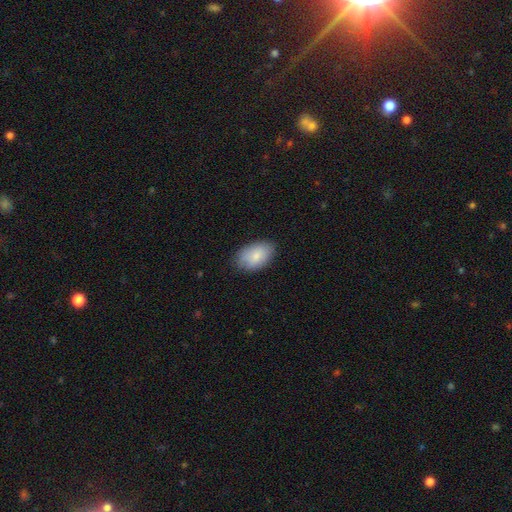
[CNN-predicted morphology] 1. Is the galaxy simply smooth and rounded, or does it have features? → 85% smooth, 9% featured or disk, 6% star or artifact.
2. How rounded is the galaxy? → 93% in between, 6% round, 1% cigar-shaped.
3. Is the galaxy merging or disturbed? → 82% none, 14% minor disturbance, 3% major disturbance, 1% merger.